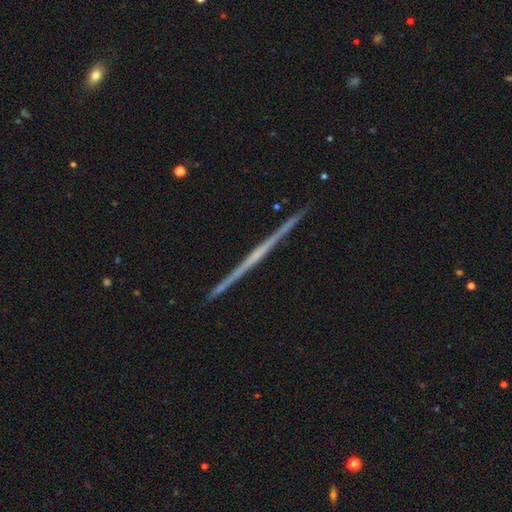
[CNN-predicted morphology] smooth_or_featured: featured or disk (p=0.76) [alt: smooth p=0.18]
disk_edge_on: yes (p=0.98) [alt: no p=0.02]
edge_on_bulge: none (p=0.77) [alt: rounded p=0.18]
merging: none (p=0.93) [alt: minor disturbance p=0.05]